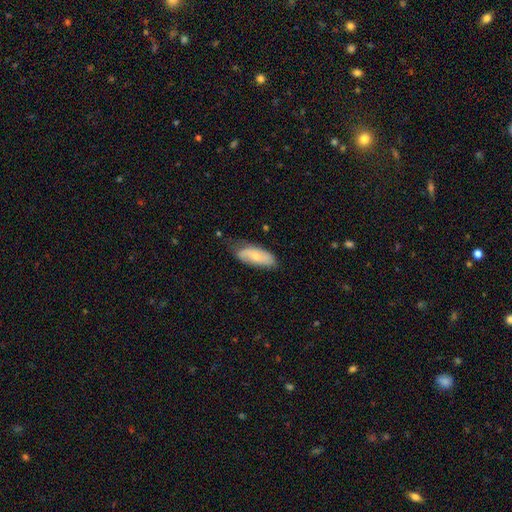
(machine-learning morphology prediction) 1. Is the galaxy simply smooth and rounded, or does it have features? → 62% smooth, 32% featured or disk, 6% star or artifact.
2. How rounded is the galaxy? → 81% in between, 17% cigar-shaped, 2% round.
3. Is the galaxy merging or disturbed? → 58% none, 33% minor disturbance, 7% major disturbance, 2% merger.